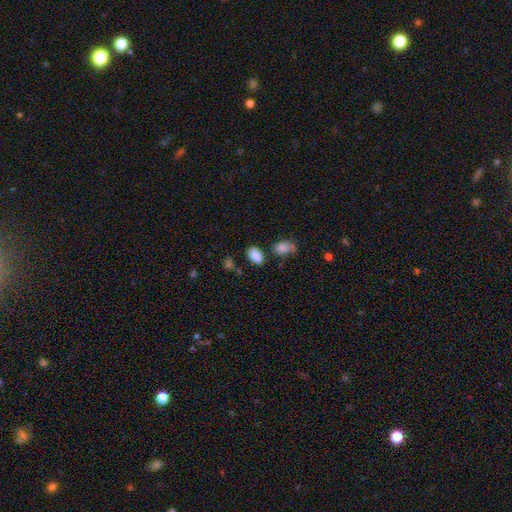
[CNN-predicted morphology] The model was most divided on "merging": none: 68%, minor disturbance: 18%, merger: 10%, major disturbance: 5%. More confident: how rounded — in between (89%); smooth or featured — smooth (84%).